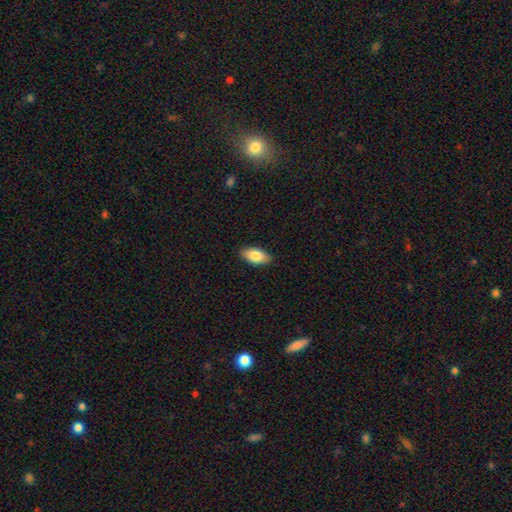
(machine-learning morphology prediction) smooth_or_featured: smooth (p=0.82) [alt: featured or disk p=0.12]
how_rounded: in between (p=0.92) [alt: cigar-shaped p=0.06]
merging: none (p=0.88) [alt: minor disturbance p=0.09]